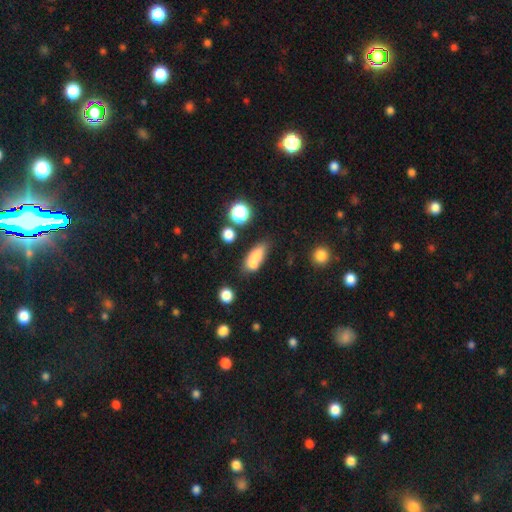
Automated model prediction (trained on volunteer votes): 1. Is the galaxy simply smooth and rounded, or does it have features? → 68% smooth, 20% featured or disk, 12% star or artifact.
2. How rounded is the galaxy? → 67% in between, 19% cigar-shaped, 15% round.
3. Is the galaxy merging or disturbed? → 42% merger, 36% none, 14% minor disturbance, 8% major disturbance.